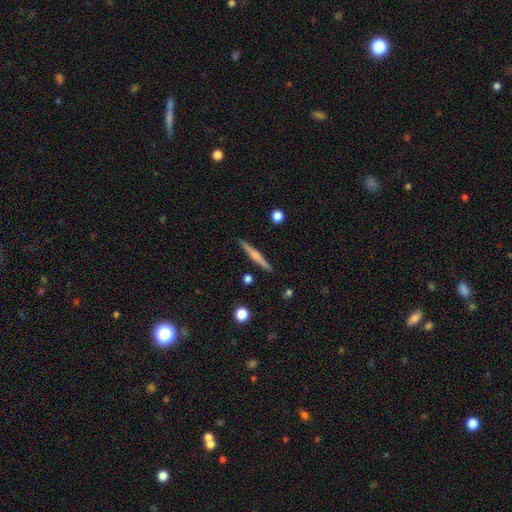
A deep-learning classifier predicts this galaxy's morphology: The model was most divided on "smooth or featured": featured or disk: 54%, smooth: 40%, star or artifact: 6%. More confident: edge-on disk — yes (98%); merging — none (90%); edge-on bulge — rounded (58%).